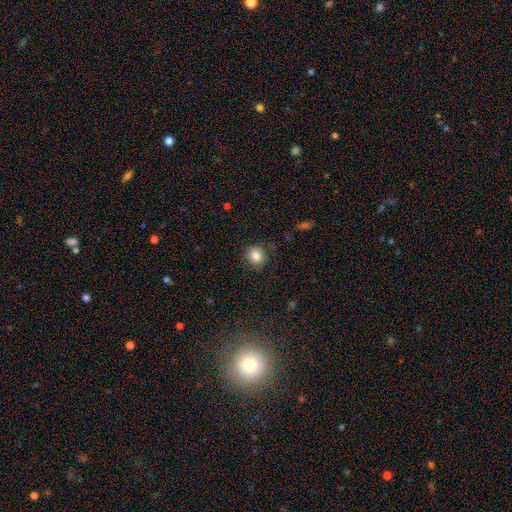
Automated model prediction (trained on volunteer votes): Morphology: type=smooth (83%); roundness=round (85%); merging=none (83%).